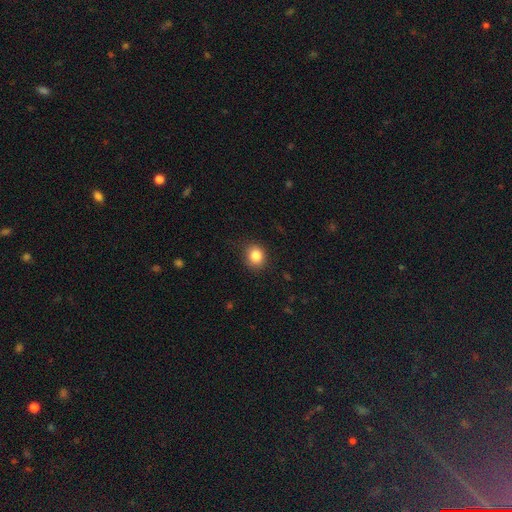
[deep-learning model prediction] Smooth or featured? smooth (84%)
How rounded? round (75%)
Merging? none (85%)